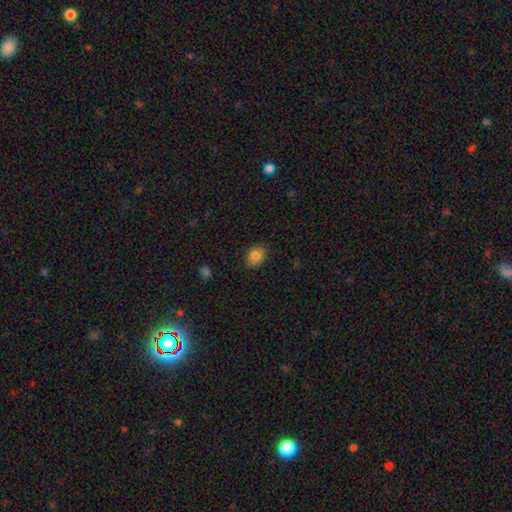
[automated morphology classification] Smooth or featured?
  - smooth: 81% *
  - featured or disk: 10%
  - star or artifact: 9%
How rounded?
  - in between: 65% *
  - round: 34%
  - cigar-shaped: 1%
Merging?
  - none: 81% *
  - minor disturbance: 15%
  - major disturbance: 3%
  - merger: 1%